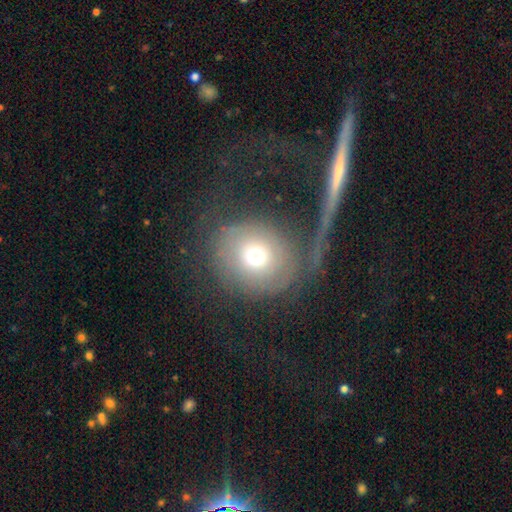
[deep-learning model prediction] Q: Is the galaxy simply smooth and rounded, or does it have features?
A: smooth — 57%.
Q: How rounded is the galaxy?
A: round — 83%.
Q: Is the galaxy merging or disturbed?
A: none — 50%.